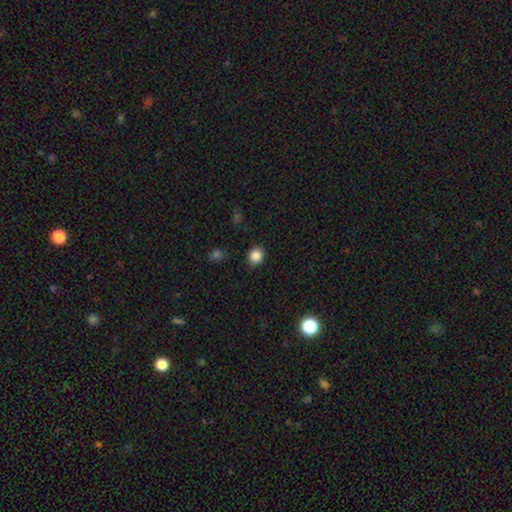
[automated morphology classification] Overall: smooth (85%). How rounded: round (71%). Merging: none (89%).